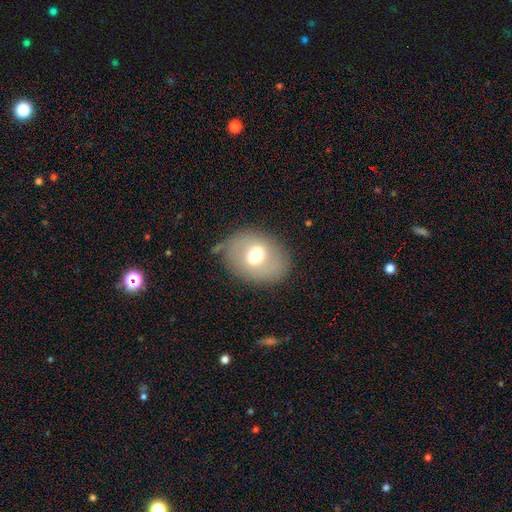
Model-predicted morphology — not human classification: smooth_or_featured: smooth (p=0.59) [alt: featured or disk p=0.32]
how_rounded: in between (p=0.59) [alt: round p=0.40]
merging: none (p=0.74) [alt: minor disturbance p=0.16]